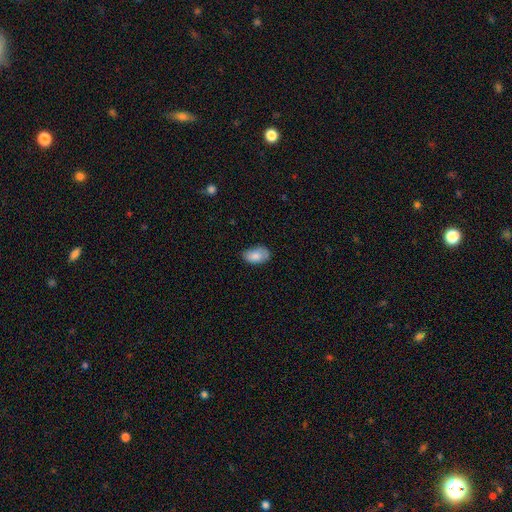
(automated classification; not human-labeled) smooth 83%, featured or disk 10%, star or artifact 7%. Down the decision tree: how rounded — in between (93%); merging — none (67%).